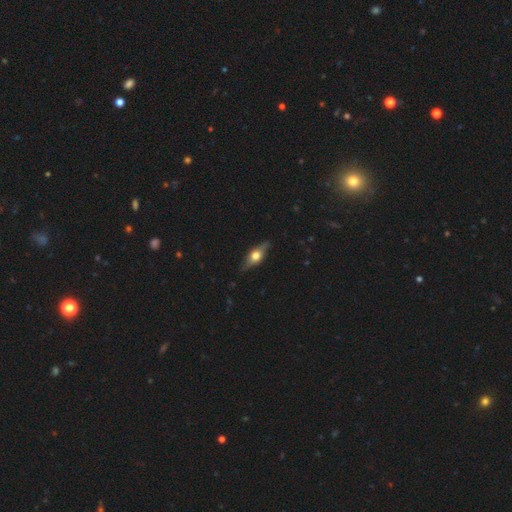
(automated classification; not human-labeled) Smooth or featured: featured or disk — 65% (smooth — 29%)
Edge-on disk: yes — 92% (no — 8%)
Edge-on bulge: rounded — 95% (boxy — 4%)
Merging: none — 85% (minor disturbance — 12%)